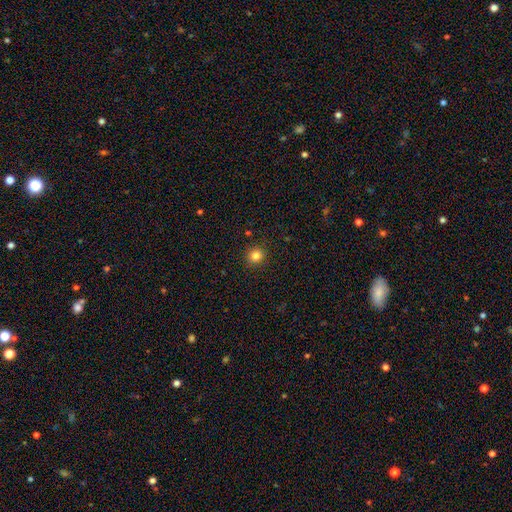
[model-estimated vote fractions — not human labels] This is clearly a smooth galaxy (83%). How rounded: clearly round (91%). Merging: clearly none (91%).